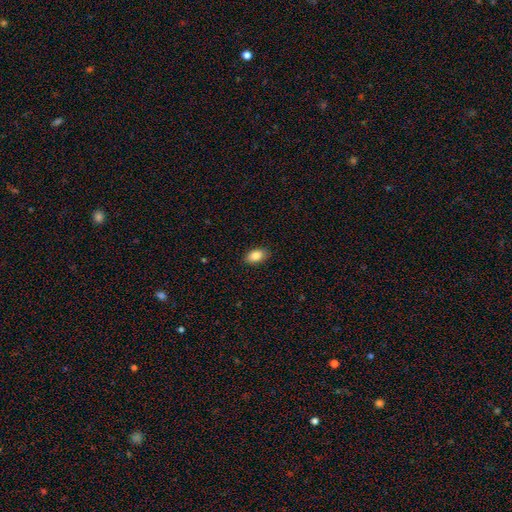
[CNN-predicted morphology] Overall: smooth (86%). How rounded: in between (91%). Merging: none (88%).